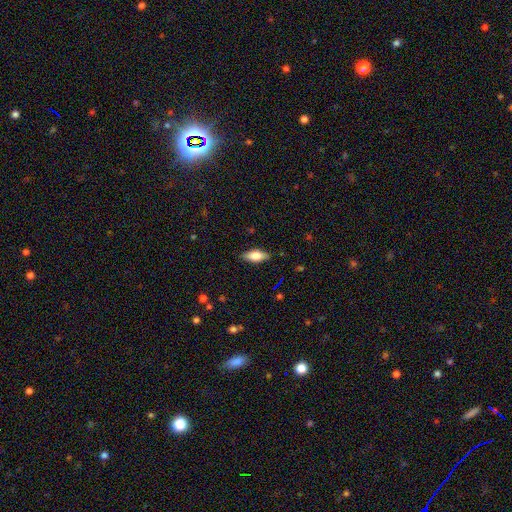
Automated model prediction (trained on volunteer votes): Overall: smooth (72%). How rounded: in between (80%). Merging: none (87%).